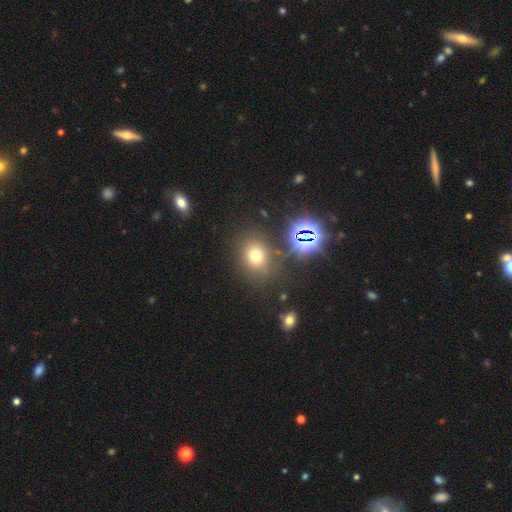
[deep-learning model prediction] Smooth or featured: smooth — 65% (star or artifact — 25%)
How rounded: round — 67% (in between — 32%)
Merging: none — 78% (minor disturbance — 11%)